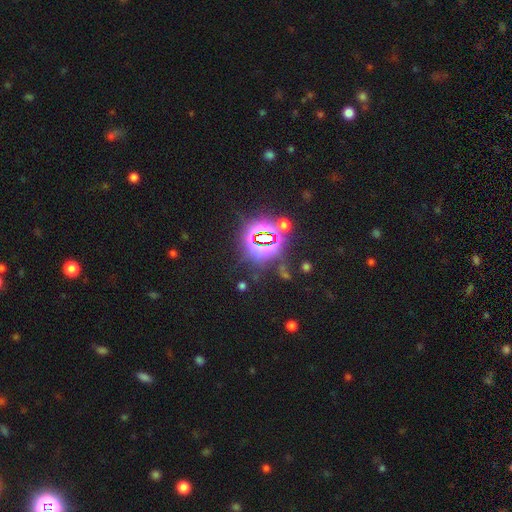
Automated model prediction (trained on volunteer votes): A star or artifact, not a galaxy (82%).